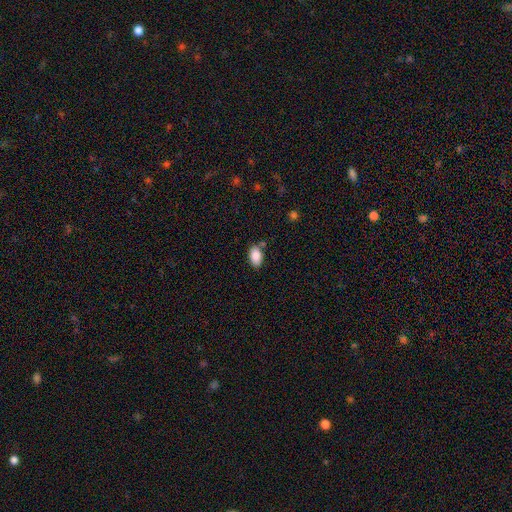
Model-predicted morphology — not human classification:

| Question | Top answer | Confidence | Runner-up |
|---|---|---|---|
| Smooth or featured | smooth | 87% | star or artifact (7%) |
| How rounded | in between | 92% | round (7%) |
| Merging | none | 73% | minor disturbance (16%) |